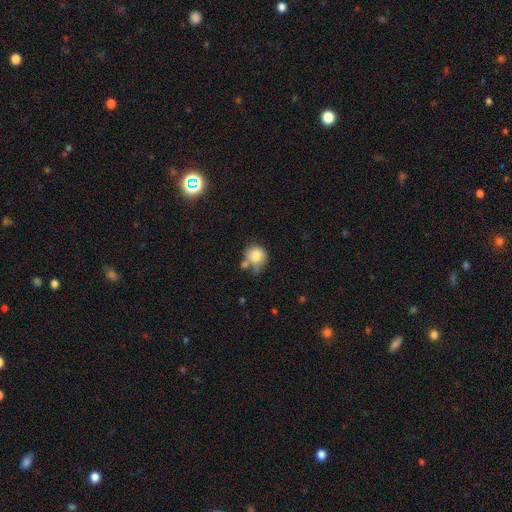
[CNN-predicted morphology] Smooth or featured? smooth (80%)
How rounded? round (84%)
Merging? none (44%)